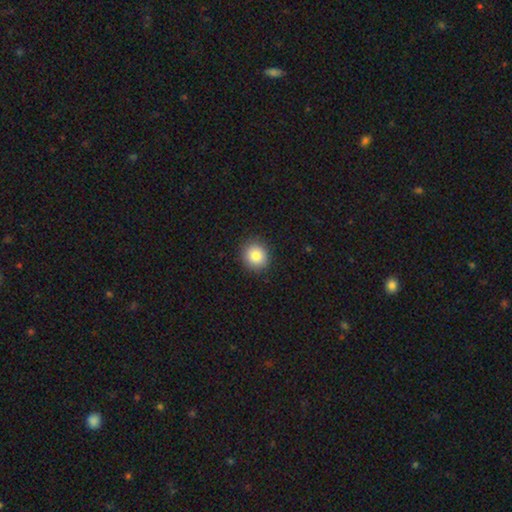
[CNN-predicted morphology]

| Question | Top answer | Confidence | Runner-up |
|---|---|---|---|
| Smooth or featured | smooth | 84% | star or artifact (10%) |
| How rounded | round | 85% | in between (15%) |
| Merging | none | 90% | minor disturbance (7%) |